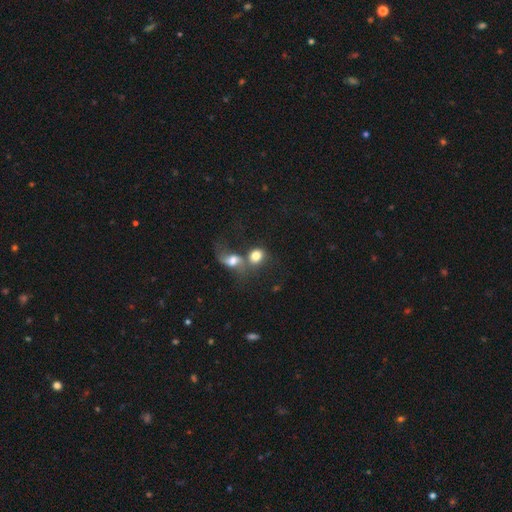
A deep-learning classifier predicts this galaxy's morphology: Overall: smooth (72%). How rounded: round (56%; in between 42%). Merging: merger (59%; none 24%).